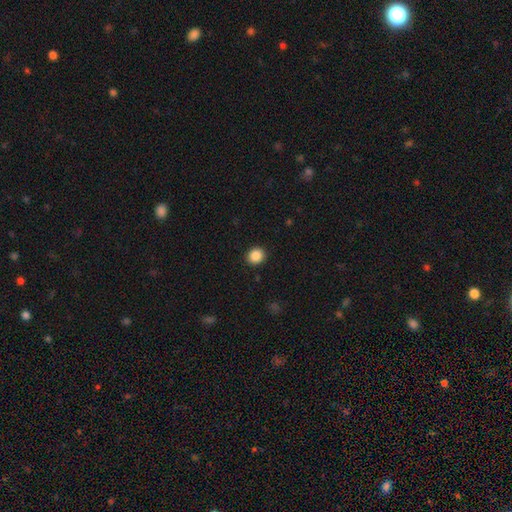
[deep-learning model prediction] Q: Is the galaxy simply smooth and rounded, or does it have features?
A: smooth — 88%.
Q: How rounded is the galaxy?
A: round — 81%.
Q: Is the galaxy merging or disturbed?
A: none — 91%.